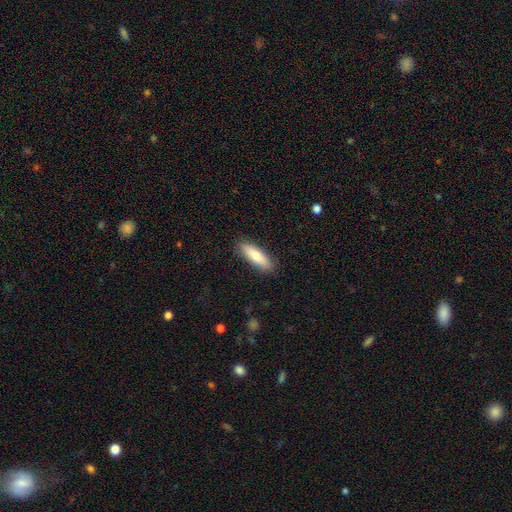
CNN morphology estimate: This is likely a smooth galaxy (78%). How rounded: possibly cigar-shaped (52%). Merging: clearly none (87%).